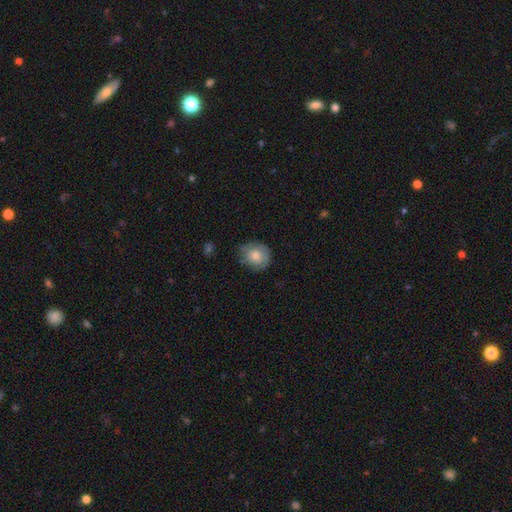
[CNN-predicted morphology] smooth-or-featured: smooth: 69% | featured or disk: 24% | star or artifact: 7%
  how-rounded: round: 75% | in between: 24% | cigar-shaped: 1%
  merging: none: 65% | minor disturbance: 26% | major disturbance: 7% | merger: 2%